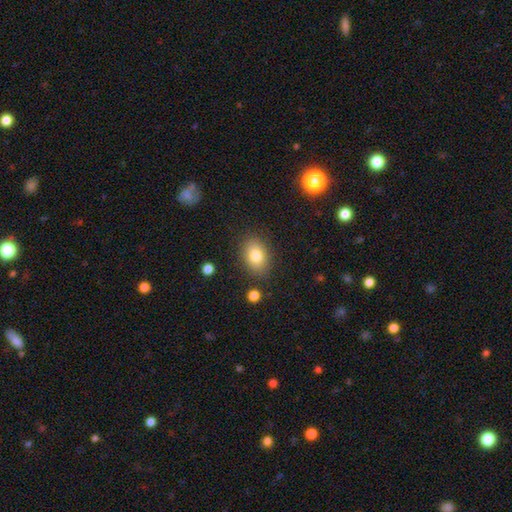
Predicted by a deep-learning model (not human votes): A smooth galaxy with no disk features (81%) that is in between round and cigar-shaped (79%). Merging: none (84%).